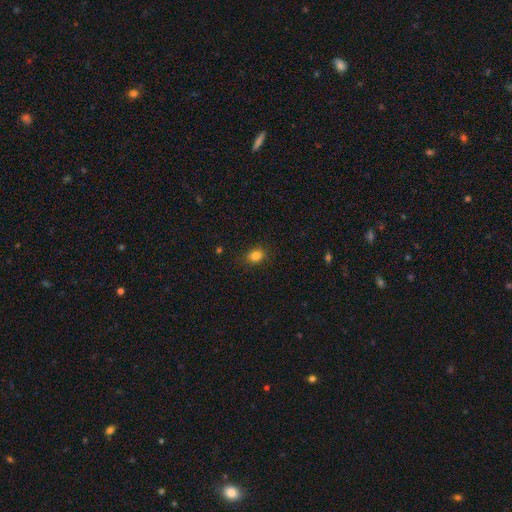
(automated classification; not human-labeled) Smooth or featured? Predicted: smooth (p=0.83). How rounded? Predicted: round (p=0.58). Merging? Predicted: none (p=0.85).